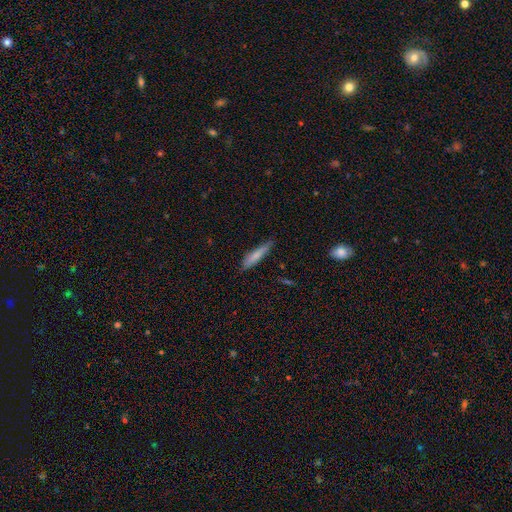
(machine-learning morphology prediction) type=smooth (75%); roundness=cigar-shaped (84%); merging=none (79%).